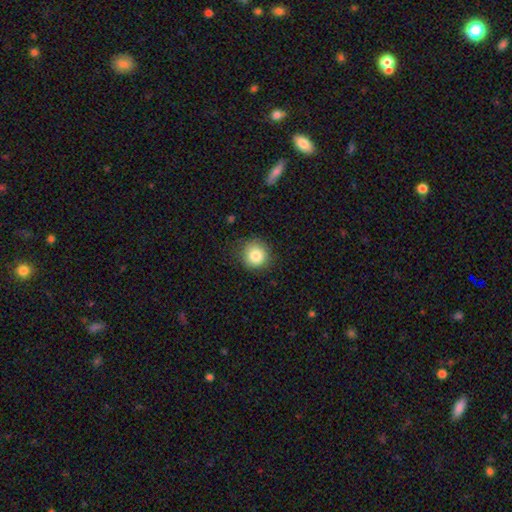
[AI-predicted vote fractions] smooth-or-featured: smooth: 84% | star or artifact: 9% | featured or disk: 7%
  how-rounded: round: 93% | in between: 6% | cigar-shaped: 1%
  merging: none: 85% | minor disturbance: 11% | major disturbance: 3% | merger: 1%